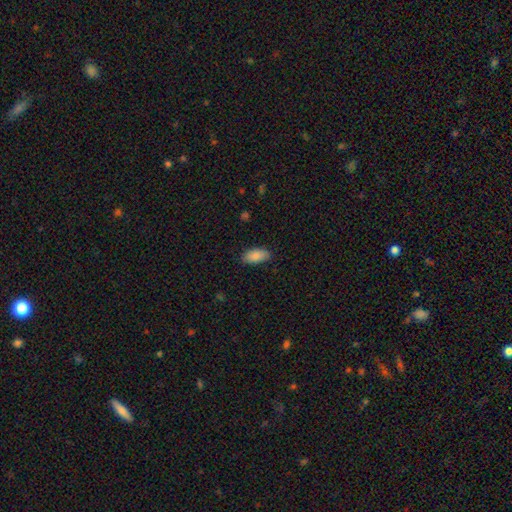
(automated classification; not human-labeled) Morphology: type=smooth (87%); roundness=in between (92%); merging=none (85%).